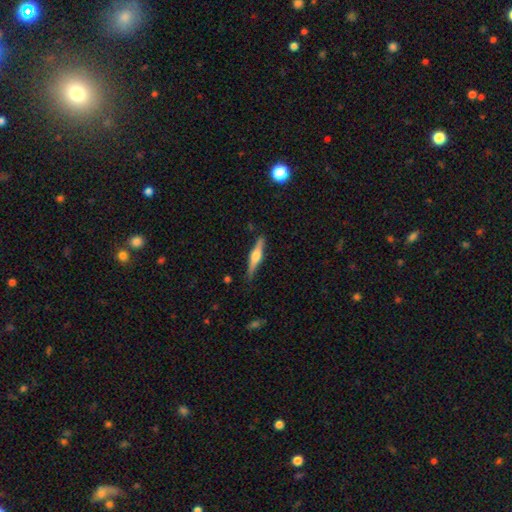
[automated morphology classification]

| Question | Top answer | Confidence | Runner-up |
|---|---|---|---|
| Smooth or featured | featured or disk | 63% | smooth (31%) |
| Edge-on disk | yes | 97% | no (3%) |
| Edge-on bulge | rounded | 91% | boxy (6%) |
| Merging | none | 85% | minor disturbance (12%) |